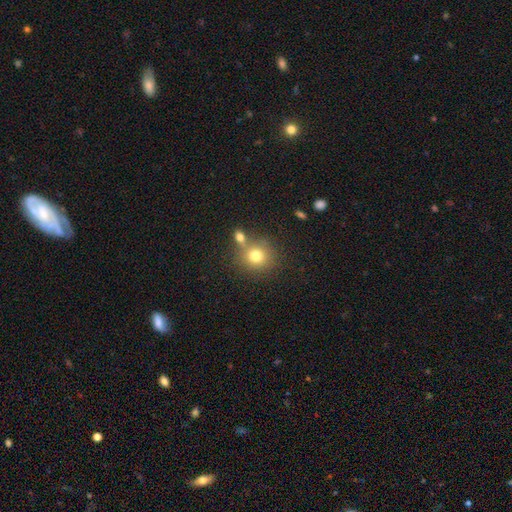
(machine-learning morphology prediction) smooth_or_featured: smooth (p=0.76) [alt: star or artifact p=0.12]
how_rounded: round (p=0.86) [alt: in between p=0.13]
merging: none (p=0.60) [alt: merger p=0.25]